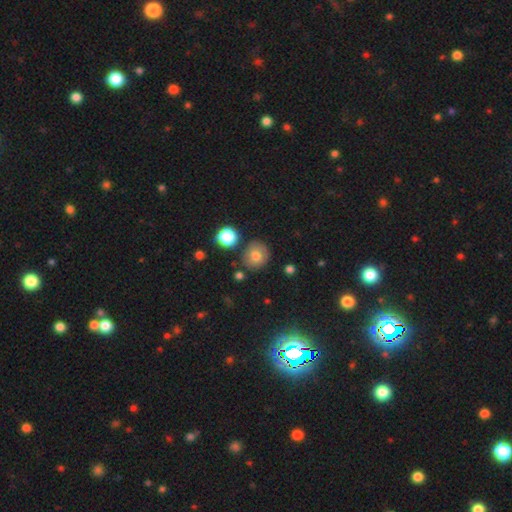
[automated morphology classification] Smooth or featured: smooth — 75% (featured or disk — 13%)
How rounded: round — 80% (in between — 19%)
Merging: none — 80% (minor disturbance — 12%)